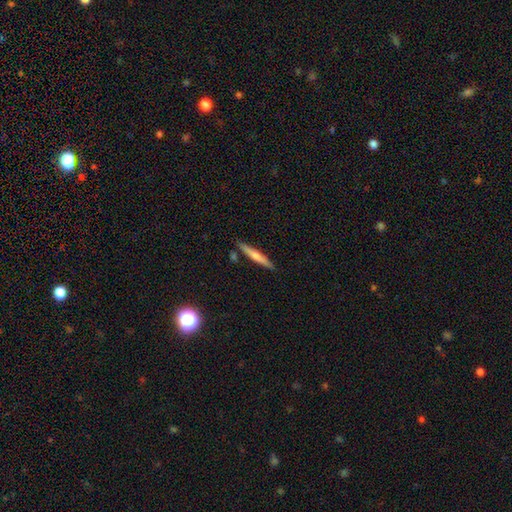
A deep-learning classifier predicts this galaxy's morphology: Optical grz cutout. It shows a smooth galaxy with no disk features (58%) that is cigar-shaped (94%). Merging: none (86%).